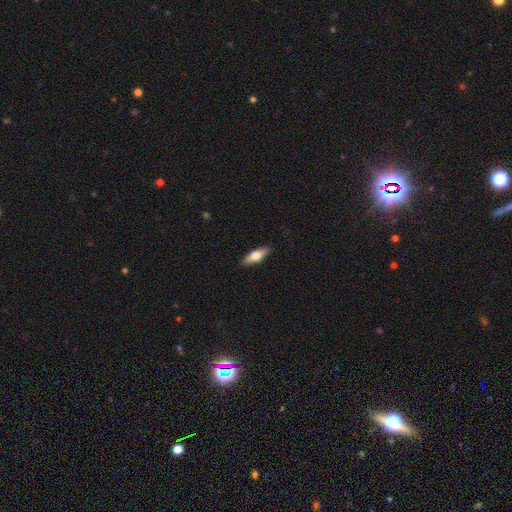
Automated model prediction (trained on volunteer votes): Smooth or featured? smooth (56%)
How rounded? in between (50%)
Merging? none (89%)